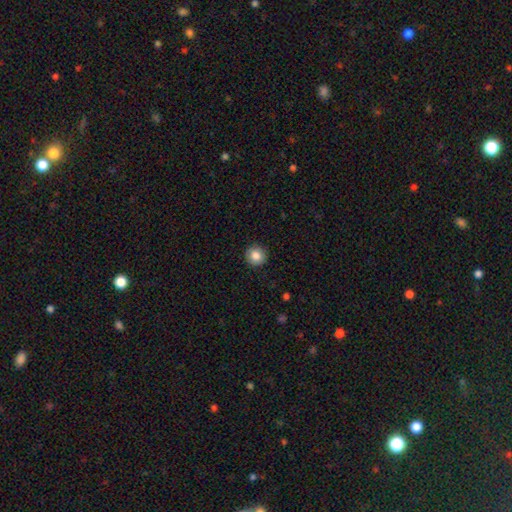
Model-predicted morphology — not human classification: Q: Smooth or featured?
A: smooth (84%); runner-up: star or artifact (9%)
Q: How rounded?
A: round (94%); runner-up: in between (5%)
Q: Merging?
A: none (91%); runner-up: minor disturbance (6%)